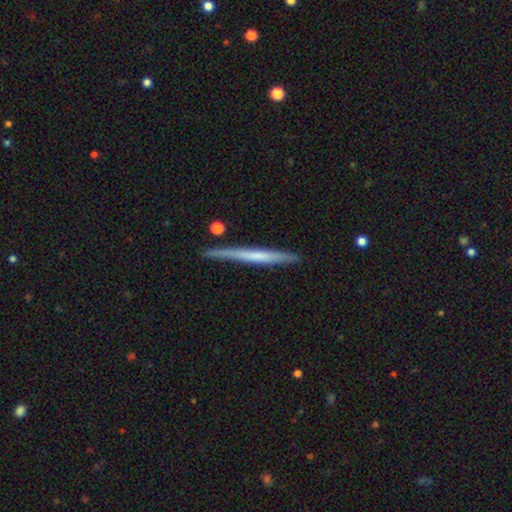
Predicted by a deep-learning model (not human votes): A featured or disk galaxy (50%) viewed edge-on (97%).

Vote fractions:
- Smooth or featured? featured or disk: 50% / smooth: 44% / star or artifact: 5%
- Edge-on disk? yes: 97% / no: 3%
- Merging? none: 85% / minor disturbance: 11% / merger: 2% / major disturbance: 2%